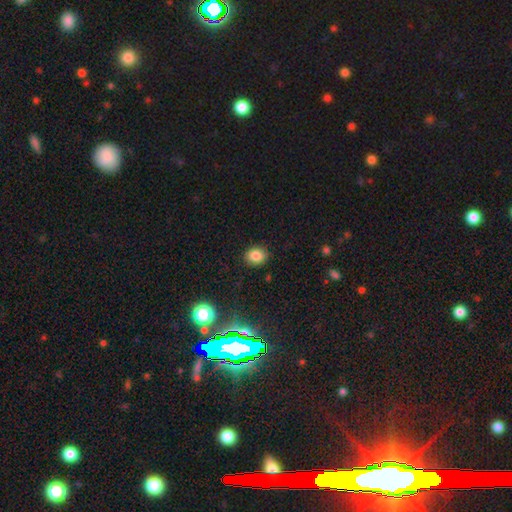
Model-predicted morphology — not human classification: Smooth or featured? smooth (82%)
How rounded? round (58%)
Merging? none (88%)